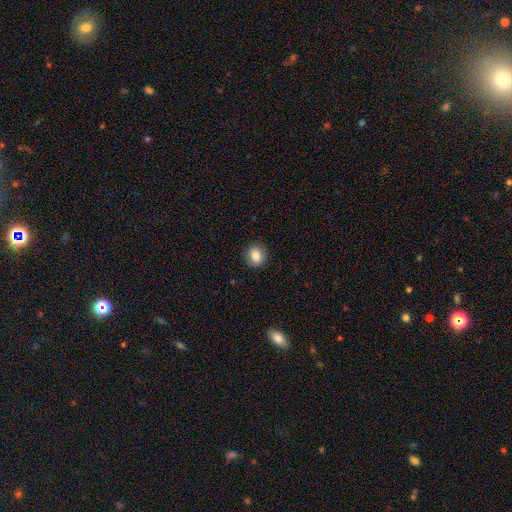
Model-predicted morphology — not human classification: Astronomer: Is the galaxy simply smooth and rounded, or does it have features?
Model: smooth — 83%.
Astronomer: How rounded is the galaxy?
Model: round — 71%.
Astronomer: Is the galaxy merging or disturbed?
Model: none — 89%.